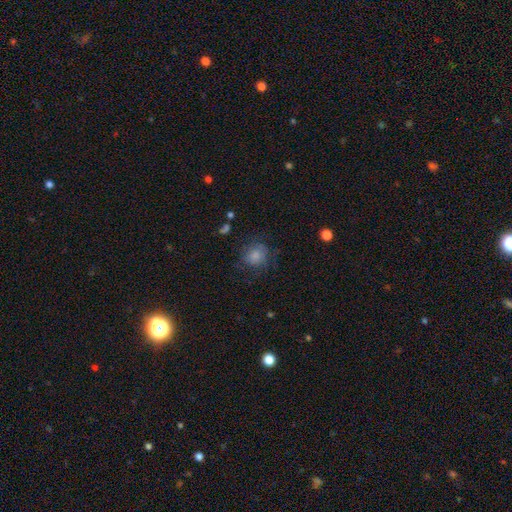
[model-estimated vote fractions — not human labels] smooth 69%, featured or disk 20%, star or artifact 10%. Down the decision tree: how rounded — round (76%); merging — none (62%).